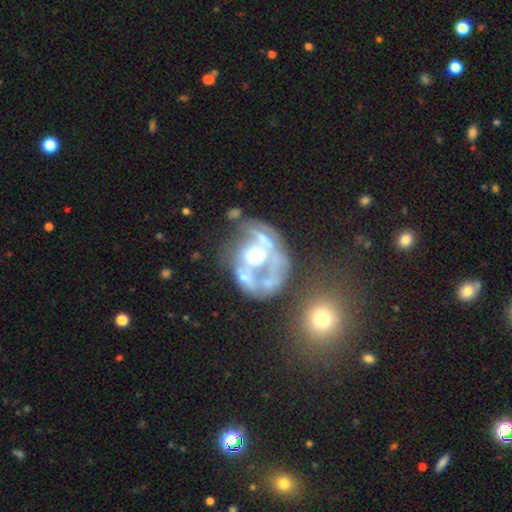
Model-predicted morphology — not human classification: Smooth or featured?
  - featured or disk: 73% *
  - smooth: 15%
  - star or artifact: 12%
Edge-on disk?
  - no: 97% *
  - yes: 3%
Bar?
  - no: 77% *
  - weak: 15%
  - strong: 8%
Spiral arms?
  - no: 65% *
  - yes: 35%
Bulge size?
  - moderate: 56% *
  - large: 20%
  - small: 11%
  - none: 9%
  - dominant: 3%
Merging?
  - major disturbance: 32% *
  - merger: 28%
  - none: 27%
  - minor disturbance: 13%